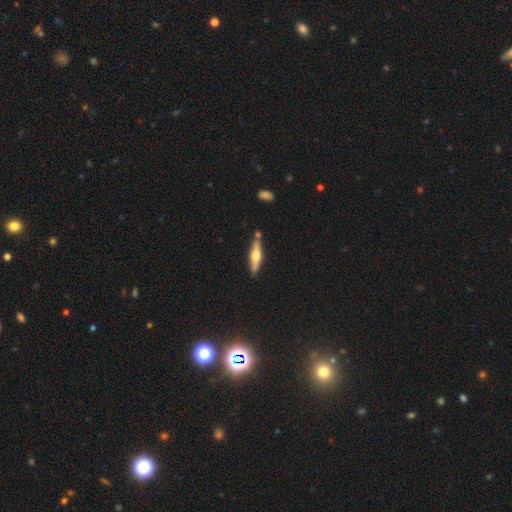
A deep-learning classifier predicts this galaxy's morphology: featured or disk 59%, smooth 35%, star or artifact 6%. Down the decision tree: edge-on disk — yes (94%); edge-on bulge — rounded (91%); merging — none (79%).